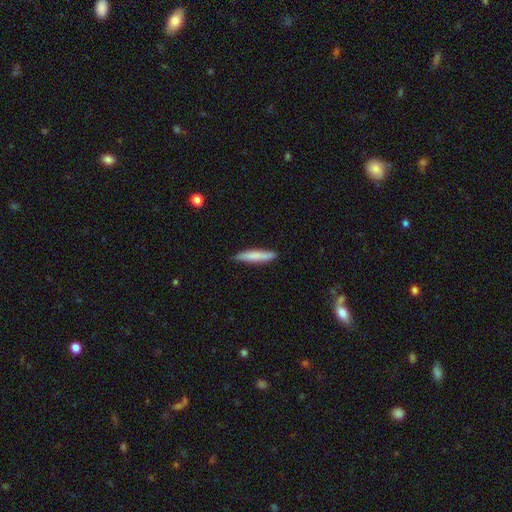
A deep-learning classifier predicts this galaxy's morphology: Q: Smooth or featured?
A: smooth (79%); runner-up: featured or disk (16%)
Q: How rounded?
A: cigar-shaped (89%); runner-up: in between (9%)
Q: Merging?
A: none (86%); runner-up: minor disturbance (11%)